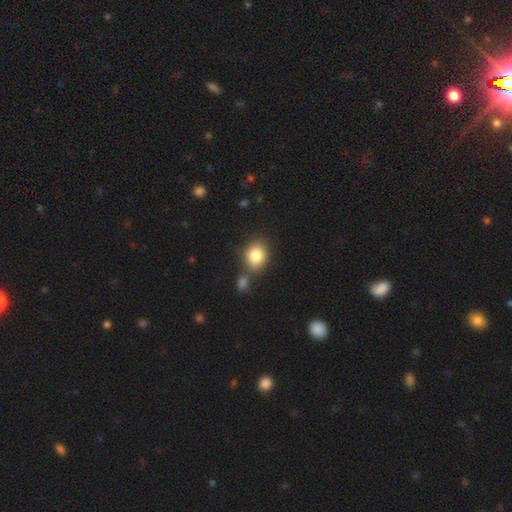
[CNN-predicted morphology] smooth 83%, star or artifact 9%, featured or disk 8%. Down the decision tree: how rounded — round (58%); merging — none (63%).